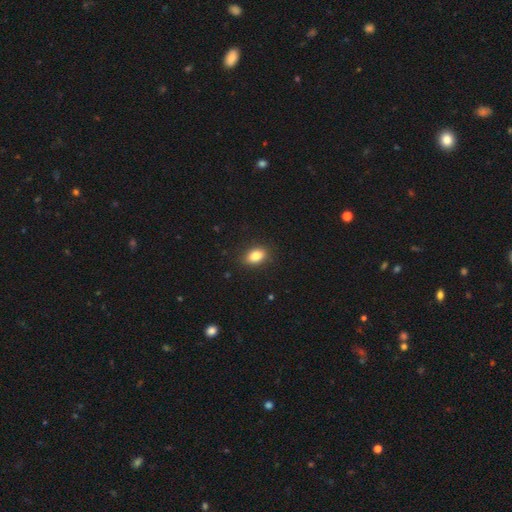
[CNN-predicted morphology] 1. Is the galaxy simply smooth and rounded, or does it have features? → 84% smooth, 9% star or artifact, 7% featured or disk.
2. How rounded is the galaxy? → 83% in between, 15% round, 2% cigar-shaped.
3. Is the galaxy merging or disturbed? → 87% none, 9% minor disturbance, 2% major disturbance, 1% merger.